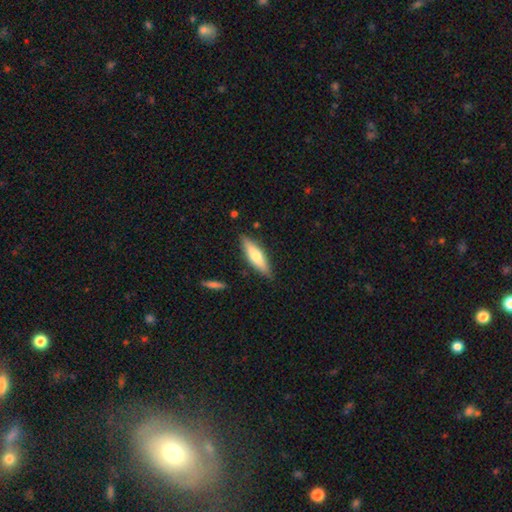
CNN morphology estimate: type=smooth (58%); roundness=cigar-shaped (62%); merging=none (85%).